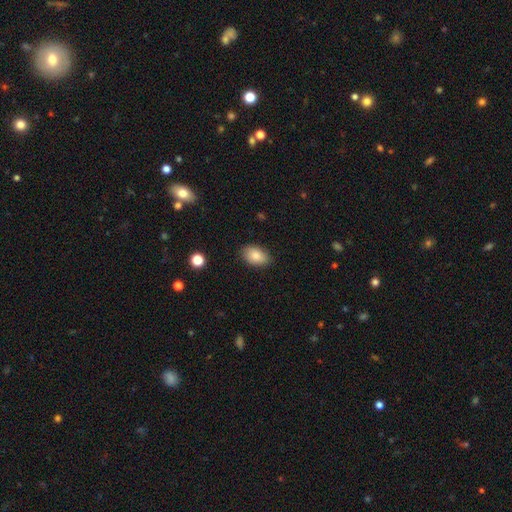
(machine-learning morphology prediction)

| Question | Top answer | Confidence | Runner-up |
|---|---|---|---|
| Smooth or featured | smooth | 86% | star or artifact (8%) |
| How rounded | in between | 89% | round (10%) |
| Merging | none | 85% | minor disturbance (12%) |